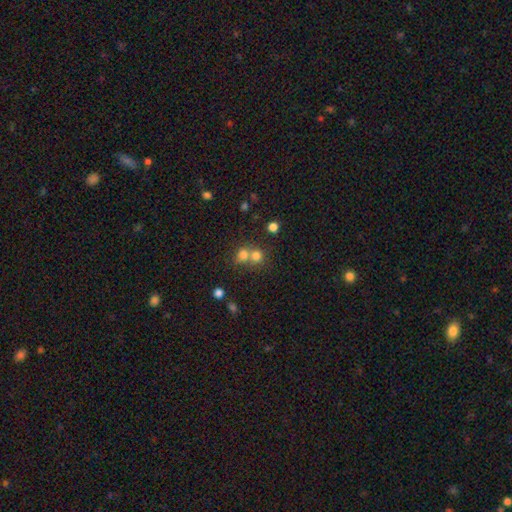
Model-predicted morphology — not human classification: smooth 74%, star or artifact 15%, featured or disk 11%. Down the decision tree: how rounded — round (79%); merging — merger (54%).